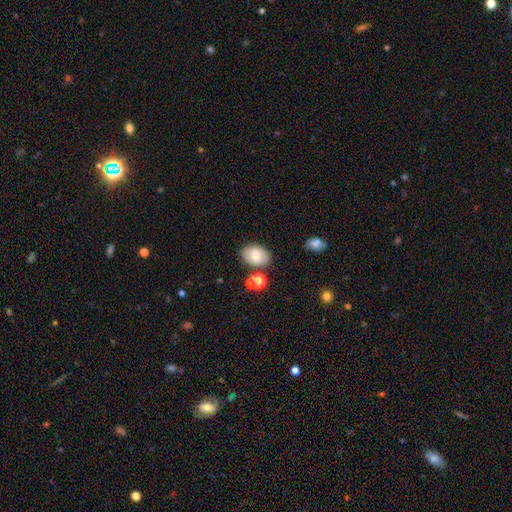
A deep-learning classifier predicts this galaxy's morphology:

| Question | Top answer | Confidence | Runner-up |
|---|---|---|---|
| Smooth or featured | smooth | 75% | featured or disk (16%) |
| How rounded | in between | 81% | round (18%) |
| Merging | none | 75% | minor disturbance (14%) |